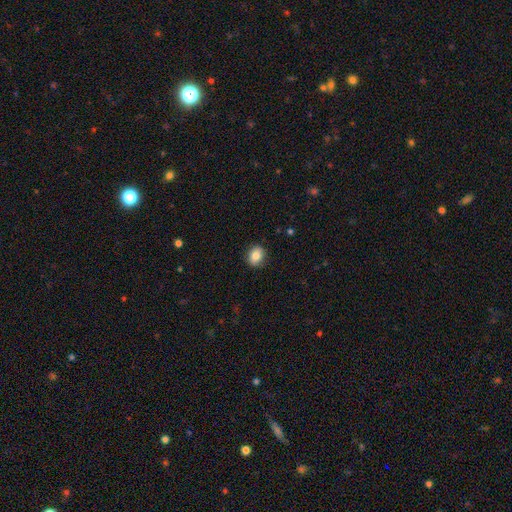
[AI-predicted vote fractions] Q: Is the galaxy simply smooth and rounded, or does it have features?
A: smooth — 81%.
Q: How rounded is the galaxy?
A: round — 59%.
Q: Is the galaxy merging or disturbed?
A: none — 87%.